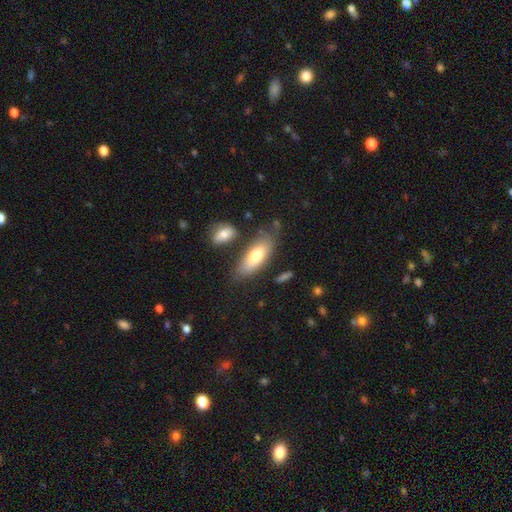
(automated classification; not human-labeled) Smooth or featured?
  - smooth: 74% *
  - featured or disk: 20%
  - star or artifact: 6%
How rounded?
  - in between: 78% *
  - cigar-shaped: 20%
  - round: 2%
Merging?
  - none: 67% *
  - minor disturbance: 19%
  - merger: 8%
  - major disturbance: 6%